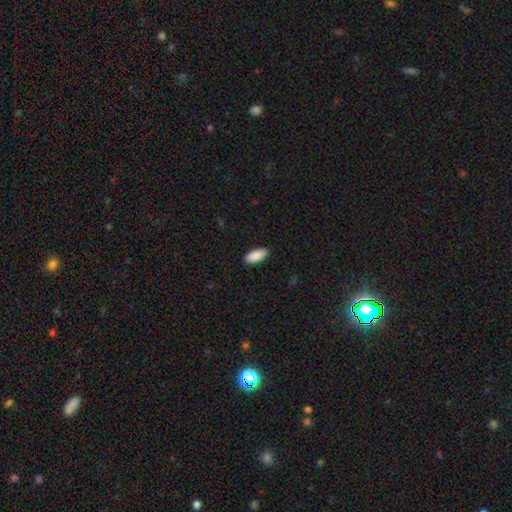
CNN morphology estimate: This is clearly a smooth galaxy (91%). How rounded: clearly in between (87%). Merging: clearly none (89%).